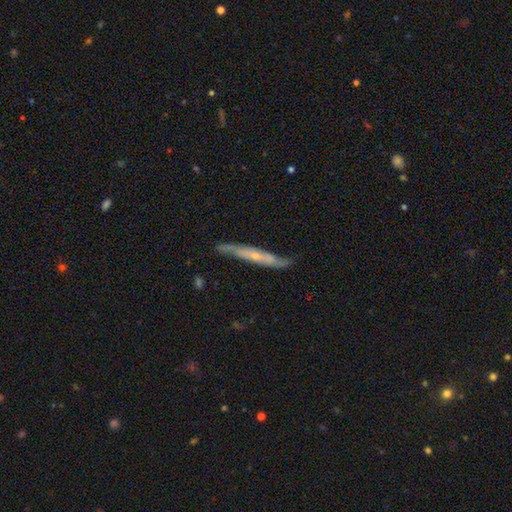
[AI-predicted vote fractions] Morphology: type=featured or disk (68%); edge-on=yes (72%); merging=none (74%).